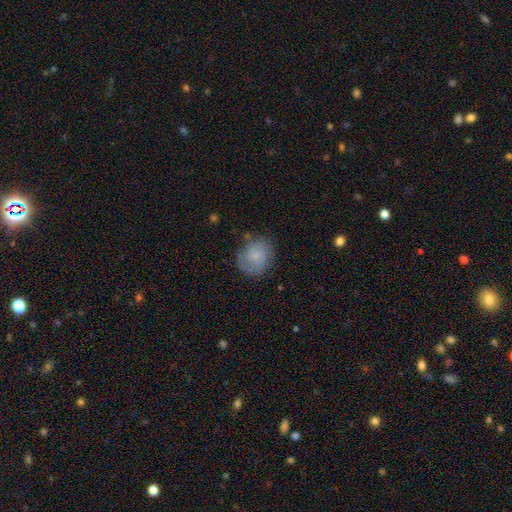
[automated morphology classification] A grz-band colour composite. It shows a smooth galaxy with no disk features (72%) that is round (79%). Merging: none (72%).